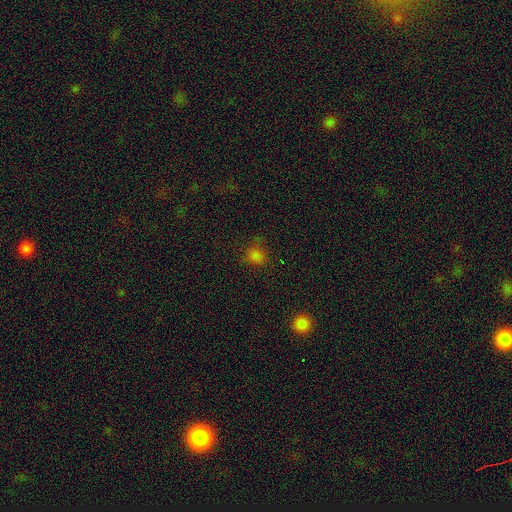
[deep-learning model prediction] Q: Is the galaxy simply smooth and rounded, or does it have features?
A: smooth — 72%.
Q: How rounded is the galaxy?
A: round — 72%.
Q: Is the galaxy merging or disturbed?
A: none — 70%.